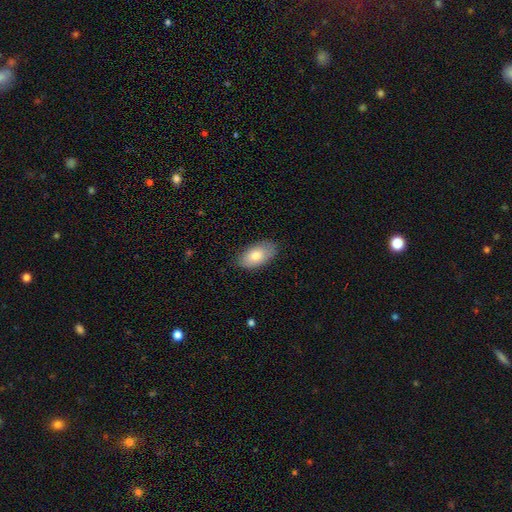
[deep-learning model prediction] The model was most divided on "smooth or featured": smooth: 78%, featured or disk: 16%, star or artifact: 6%. More confident: how rounded — in between (94%); merging — none (80%).